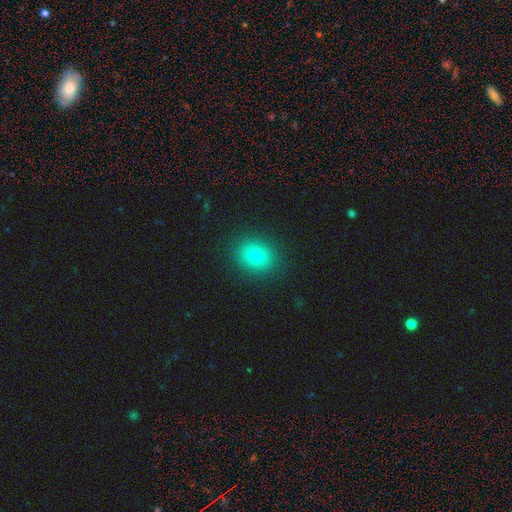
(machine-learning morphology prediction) Q: Smooth or featured?
A: smooth (77%); runner-up: star or artifact (14%)
Q: How rounded?
A: round (65%); runner-up: in between (34%)
Q: Merging?
A: none (89%); runner-up: minor disturbance (7%)